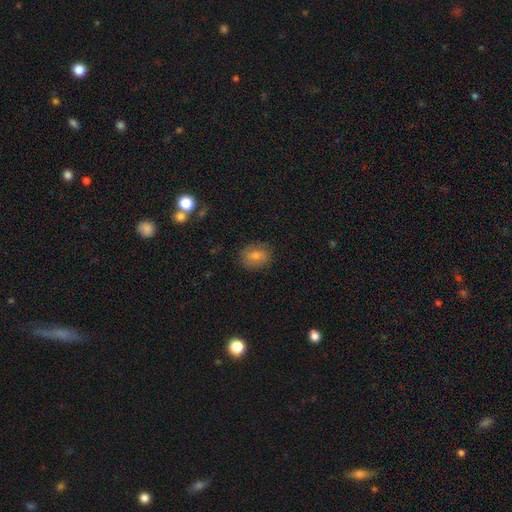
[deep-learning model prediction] The model was most divided on "how rounded": in between: 52%, round: 47%, cigar-shaped: 2%. More confident: merging — none (84%); smooth or featured — smooth (60%).